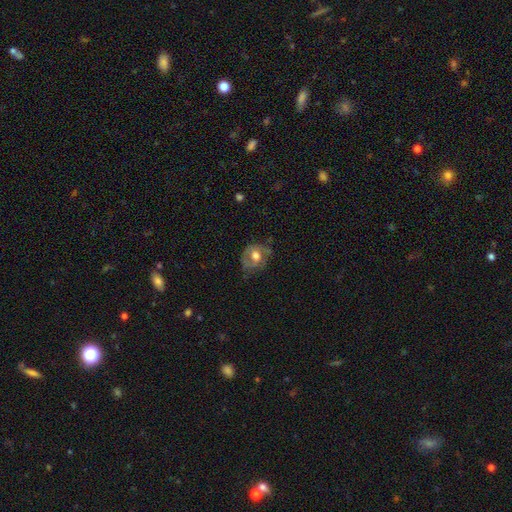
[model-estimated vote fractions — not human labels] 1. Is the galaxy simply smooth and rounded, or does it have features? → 52% featured or disk, 41% smooth, 8% star or artifact.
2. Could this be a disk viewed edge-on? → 95% no, 5% yes.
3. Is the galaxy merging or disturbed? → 57% none, 27% minor disturbance, 14% major disturbance, 2% merger.